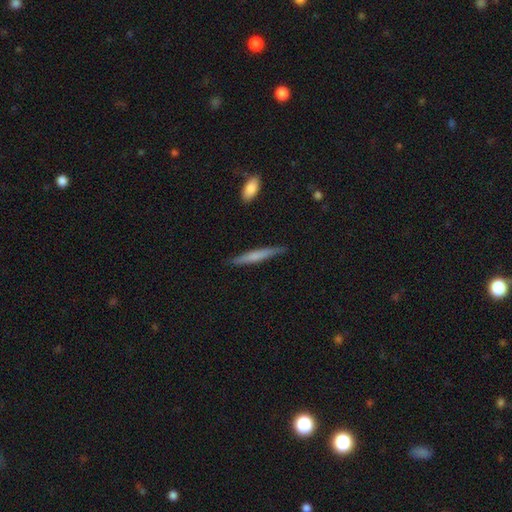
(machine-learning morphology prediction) type=smooth (59%); roundness=cigar-shaped (95%); merging=none (86%).